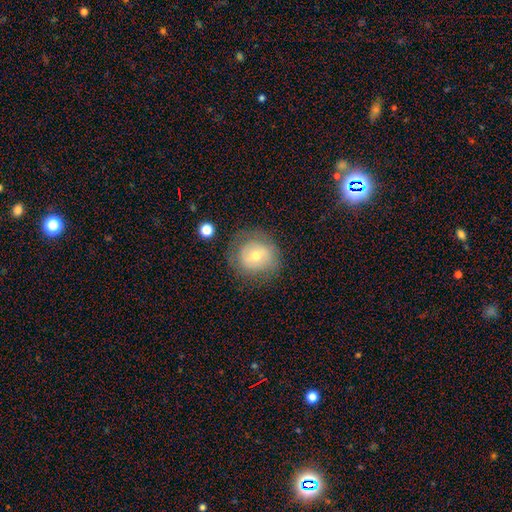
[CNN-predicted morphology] Smooth or featured: smooth — 53% (featured or disk — 38%)
How rounded: round — 86% (in between — 13%)
Merging: none — 71% (minor disturbance — 18%)